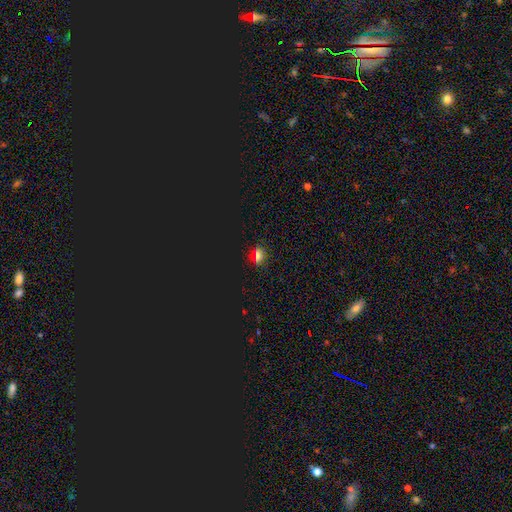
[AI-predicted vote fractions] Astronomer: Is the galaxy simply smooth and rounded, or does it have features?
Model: smooth — 50% (runner-up: star or artifact, 41%).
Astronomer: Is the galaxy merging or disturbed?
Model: none — 86%.